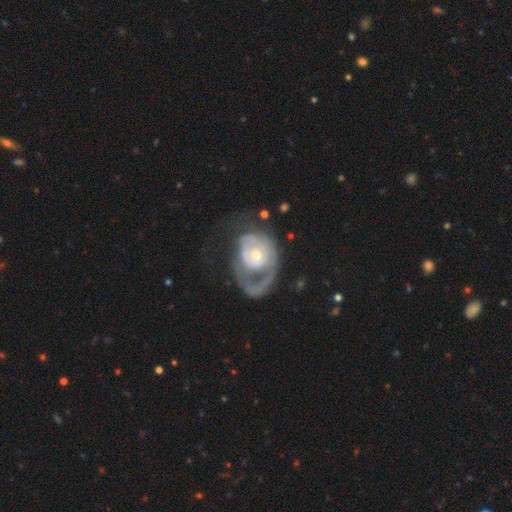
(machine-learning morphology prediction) type=featured or disk (67%); edge-on=no (97%); bar=no (82%); spiral arms=yes (58%); bulge=small (48%); merging=major disturbance (59%).